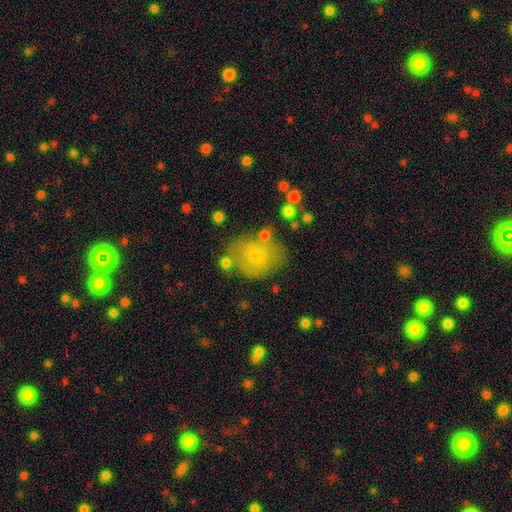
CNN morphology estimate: smooth 66%, featured or disk 24%, star or artifact 10%. Down the decision tree: how rounded — in between (54%); merging — none (63%).